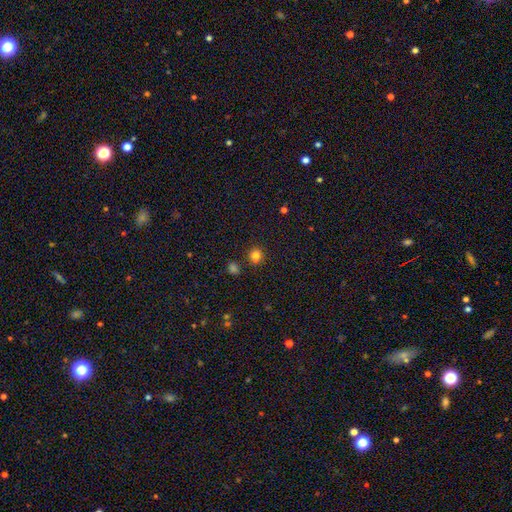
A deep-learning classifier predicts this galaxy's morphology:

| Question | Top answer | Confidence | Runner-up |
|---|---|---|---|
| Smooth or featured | smooth | 81% | star or artifact (14%) |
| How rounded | round | 86% | in between (13%) |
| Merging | none | 84% | minor disturbance (8%) |